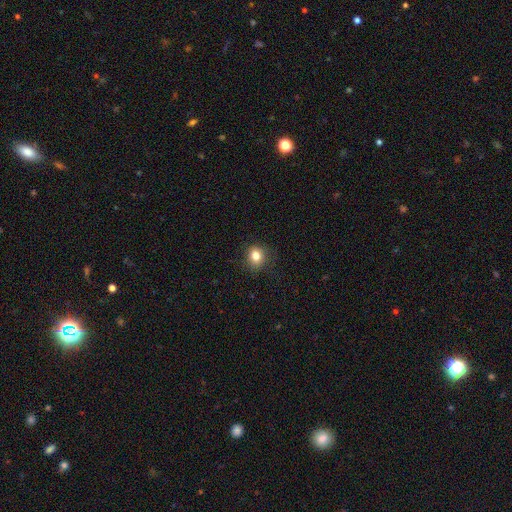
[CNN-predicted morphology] Overall: smooth (82%). How rounded: round (73%). Merging: none (84%).